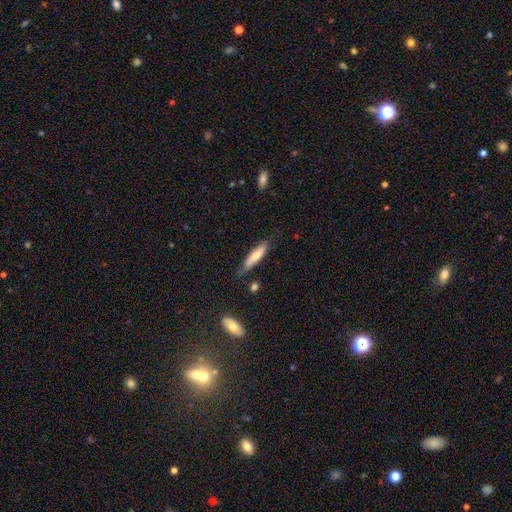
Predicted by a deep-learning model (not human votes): Smooth or featured? Predicted: smooth (p=0.68). How rounded? Predicted: cigar-shaped (p=0.81). Merging? Predicted: none (p=0.73).